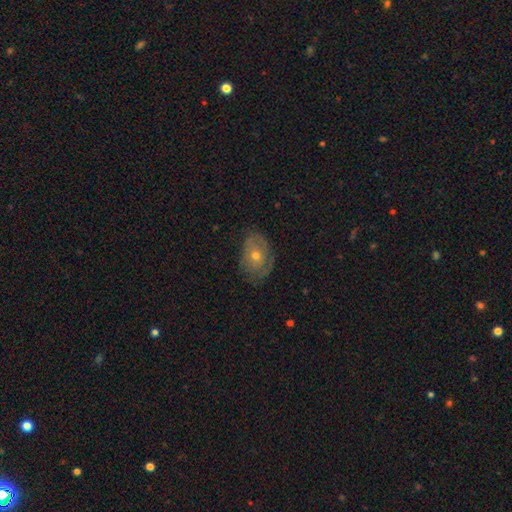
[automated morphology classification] This is possibly a featured or disk galaxy (53%). It is clearly not viewed edge-on (93%). Merging: likely none (68%).